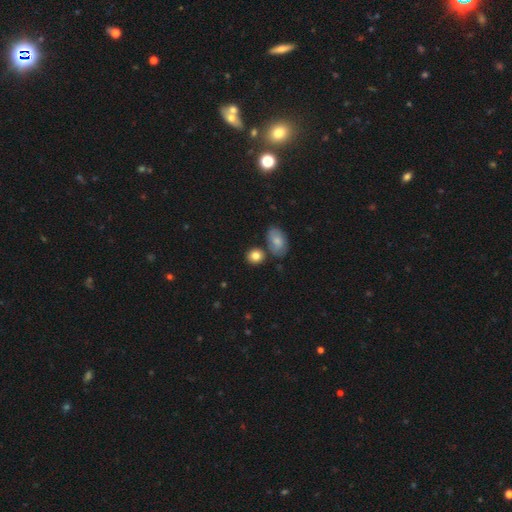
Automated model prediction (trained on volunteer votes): This appears to be a smooth galaxy with no disk features (84%) that is round (74%). Merging: none (73%).